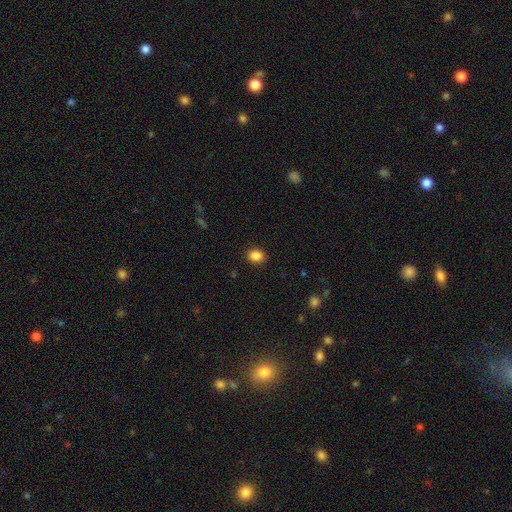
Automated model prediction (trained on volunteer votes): This is clearly a smooth galaxy (87%). How rounded: possibly in between (56%). Merging: clearly none (89%).